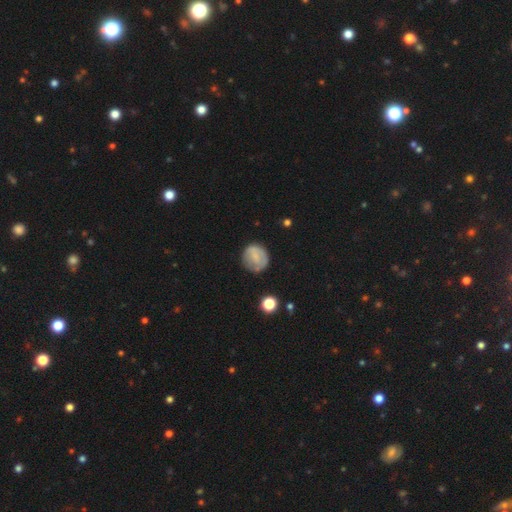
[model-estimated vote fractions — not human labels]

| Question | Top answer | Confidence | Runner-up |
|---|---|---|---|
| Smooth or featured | smooth | 66% | featured or disk (26%) |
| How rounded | round | 86% | in between (13%) |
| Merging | none | 71% | minor disturbance (20%) |